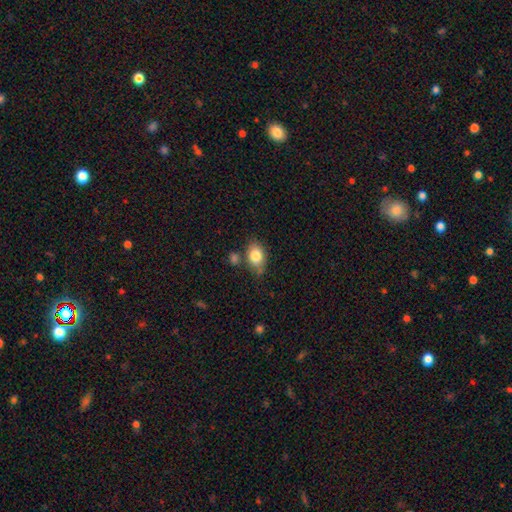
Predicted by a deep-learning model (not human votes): A smooth galaxy with no disk features (82%) that is in between round and cigar-shaped (76%). Merging: none (66%).